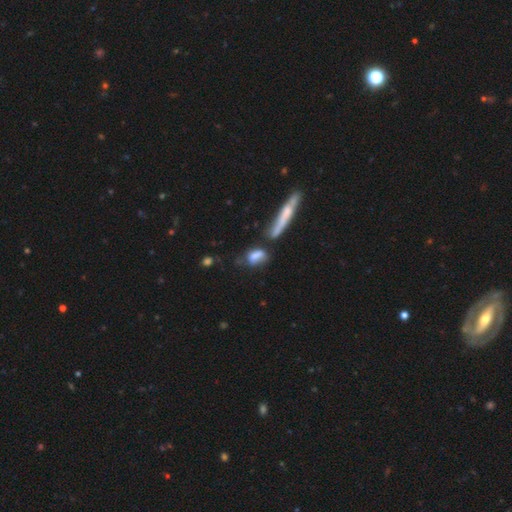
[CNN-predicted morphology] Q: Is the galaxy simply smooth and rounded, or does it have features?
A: smooth — 66%.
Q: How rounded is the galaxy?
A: in between — 67%.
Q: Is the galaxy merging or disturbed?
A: none — 40%.